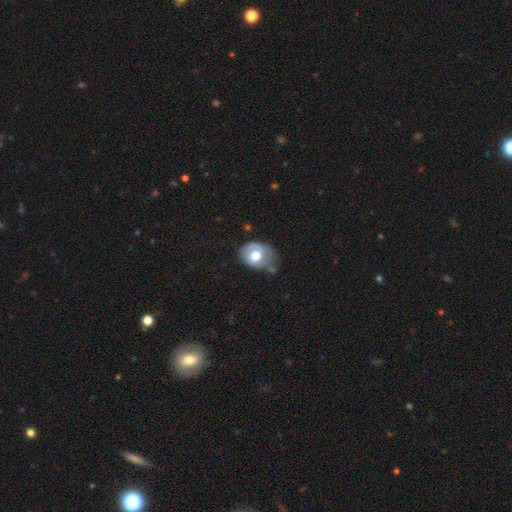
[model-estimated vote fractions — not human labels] Q: Smooth or featured?
A: smooth (64%); runner-up: featured or disk (29%)
Q: How rounded?
A: in between (56%); runner-up: round (43%)
Q: Merging?
A: none (42%); runner-up: minor disturbance (38%)